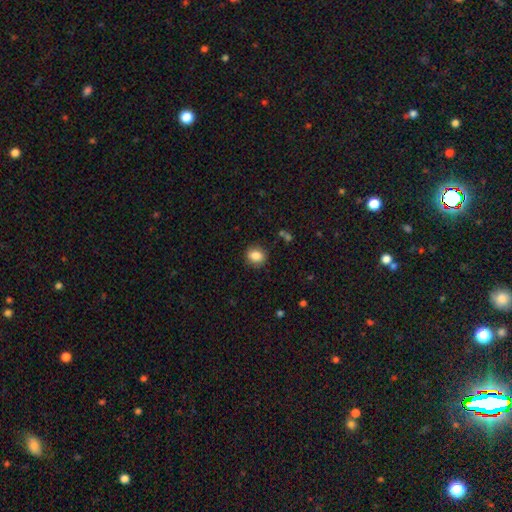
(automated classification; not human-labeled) This appears to be a smooth galaxy with no disk features (86%) that is round (64%). Merging: none (87%).